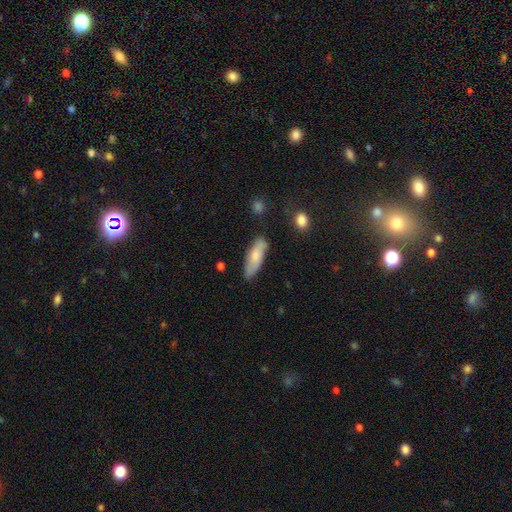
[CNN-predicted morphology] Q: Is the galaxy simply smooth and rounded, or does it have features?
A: smooth — 75%.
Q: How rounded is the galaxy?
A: in between — 59%.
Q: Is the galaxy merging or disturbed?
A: none — 76%.